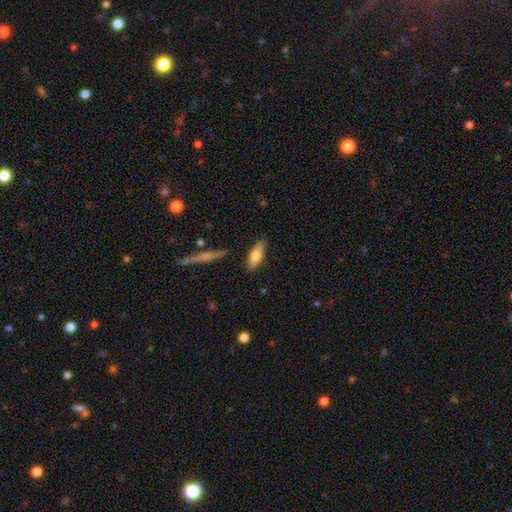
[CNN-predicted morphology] Q: Smooth or featured?
A: smooth (75%); runner-up: featured or disk (19%)
Q: How rounded?
A: in between (67%); runner-up: cigar-shaped (31%)
Q: Merging?
A: none (84%); runner-up: minor disturbance (11%)